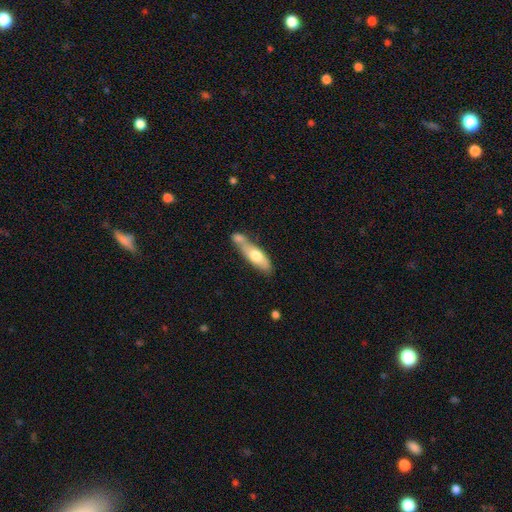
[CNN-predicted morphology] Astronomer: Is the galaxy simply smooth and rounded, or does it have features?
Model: smooth — 61%.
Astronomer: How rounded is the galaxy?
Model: in between — 49%, tied with cigar-shaped at 49%.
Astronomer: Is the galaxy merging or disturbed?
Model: merger — 45% (runner-up: none, 35%).